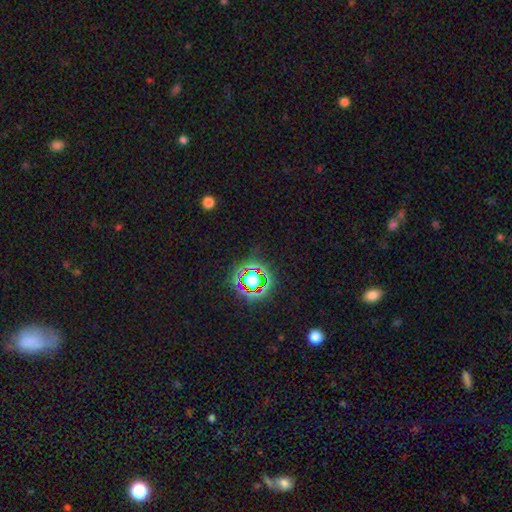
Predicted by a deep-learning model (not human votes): Morphology: type=star or artifact (77%).